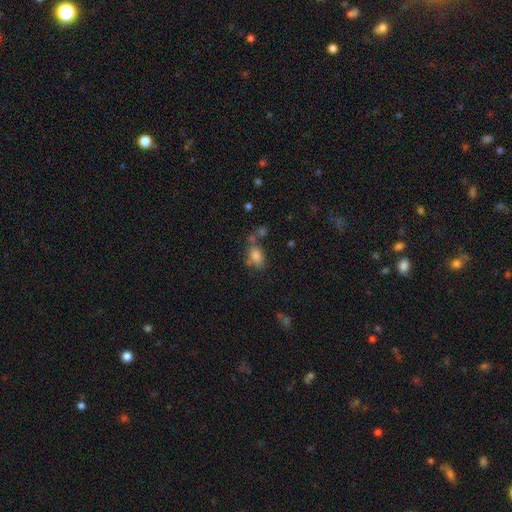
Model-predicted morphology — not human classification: A smooth galaxy with no disk features (79%) that is in between round and cigar-shaped (80%). Merging: none (53%).